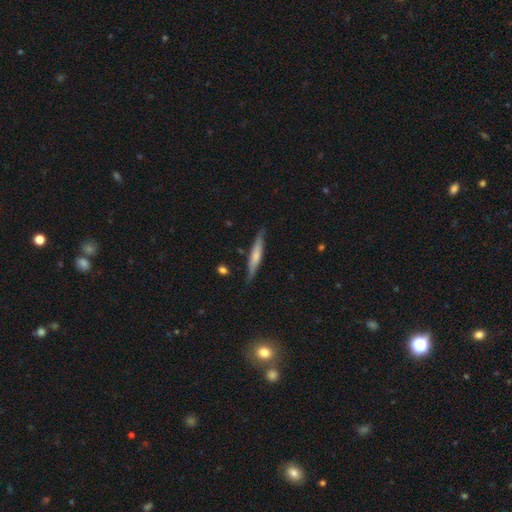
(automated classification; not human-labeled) Smooth or featured?
  - smooth: 54% *
  - featured or disk: 41%
  - star or artifact: 5%
How rounded?
  - cigar-shaped: 89% *
  - in between: 9%
  - round: 1%
Merging?
  - none: 80% *
  - minor disturbance: 15%
  - major disturbance: 3%
  - merger: 2%